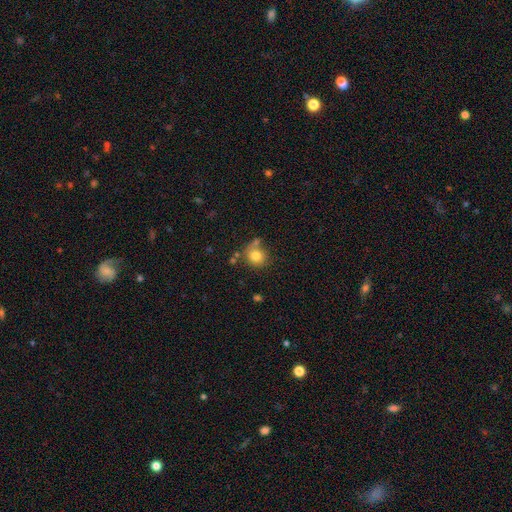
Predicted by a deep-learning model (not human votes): Smooth or featured?
  - smooth: 79% *
  - star or artifact: 11%
  - featured or disk: 10%
How rounded?
  - round: 84% *
  - in between: 16%
  - cigar-shaped: 1%
Merging?
  - none: 63% *
  - minor disturbance: 16%
  - merger: 15%
  - major disturbance: 6%